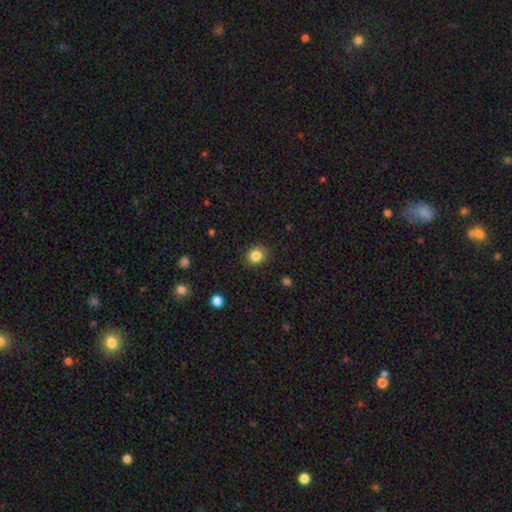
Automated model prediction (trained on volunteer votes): Smooth or featured? smooth (85%)
How rounded? round (77%)
Merging? none (87%)